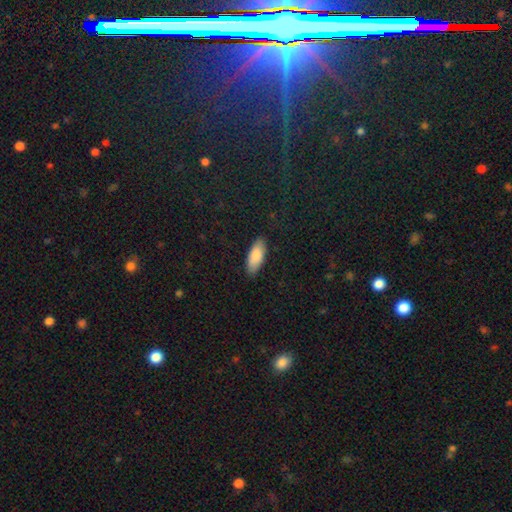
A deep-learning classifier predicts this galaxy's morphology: Smooth or featured: smooth — 87% (featured or disk — 8%)
How rounded: in between — 81% (cigar-shaped — 17%)
Merging: none — 86% (minor disturbance — 11%)